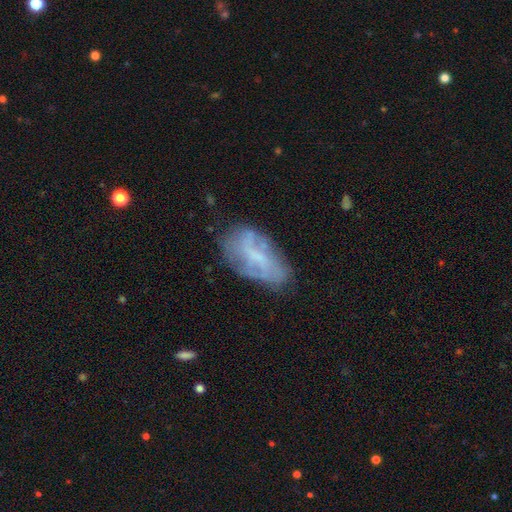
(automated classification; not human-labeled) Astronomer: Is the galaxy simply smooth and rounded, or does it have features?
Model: featured or disk — 57% (runner-up: smooth, 35%).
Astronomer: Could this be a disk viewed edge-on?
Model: no — 94%.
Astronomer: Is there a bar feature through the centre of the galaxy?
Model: no — 44% (runner-up: weak, 41%).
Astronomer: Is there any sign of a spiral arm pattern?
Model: yes — 58% (runner-up: no, 42%).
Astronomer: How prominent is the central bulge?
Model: none — 46% (runner-up: small, 33%).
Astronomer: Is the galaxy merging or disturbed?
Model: none — 59%.